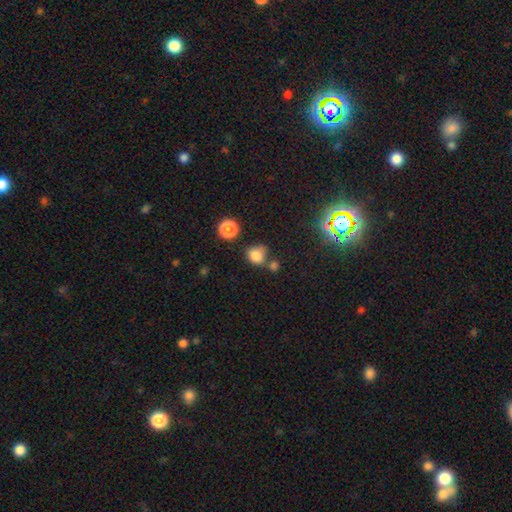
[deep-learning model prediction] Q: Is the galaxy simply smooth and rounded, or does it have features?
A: smooth — 78%.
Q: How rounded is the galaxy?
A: round — 61%.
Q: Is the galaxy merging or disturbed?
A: none — 48%.